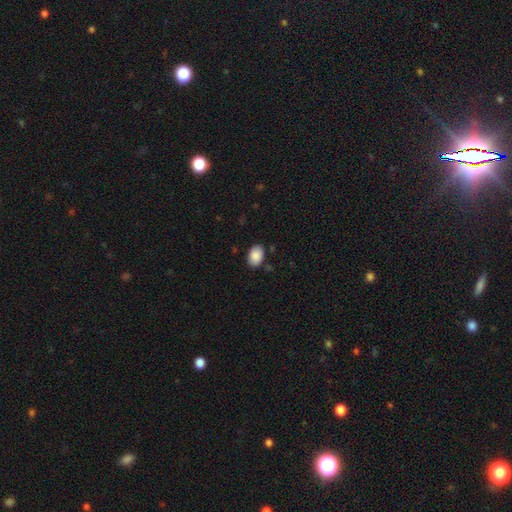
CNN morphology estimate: Smooth or featured? Predicted: smooth (p=0.89). How rounded? Predicted: in between (p=0.87). Merging? Predicted: none (p=0.85).